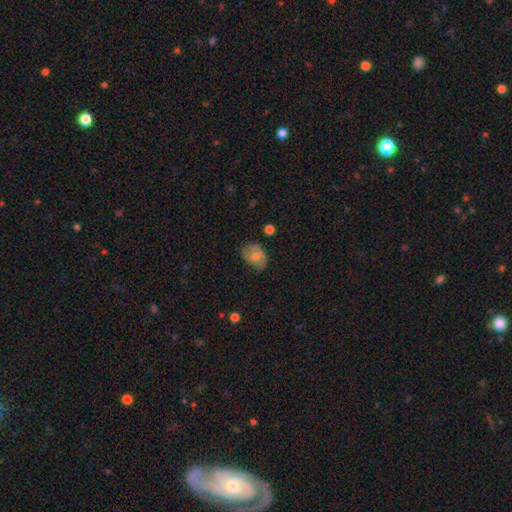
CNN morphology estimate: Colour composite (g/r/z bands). It shows a smooth galaxy with no disk features (67%) that is in between round and cigar-shaped (69%). Merging: none (57%).